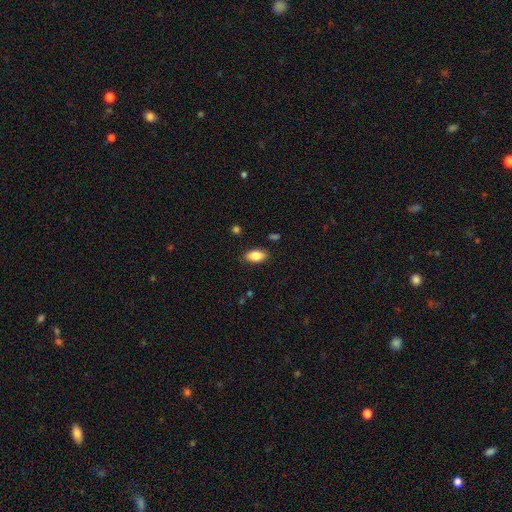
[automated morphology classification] This is clearly a smooth galaxy (84%). How rounded: clearly in between (91%). Merging: clearly none (85%).